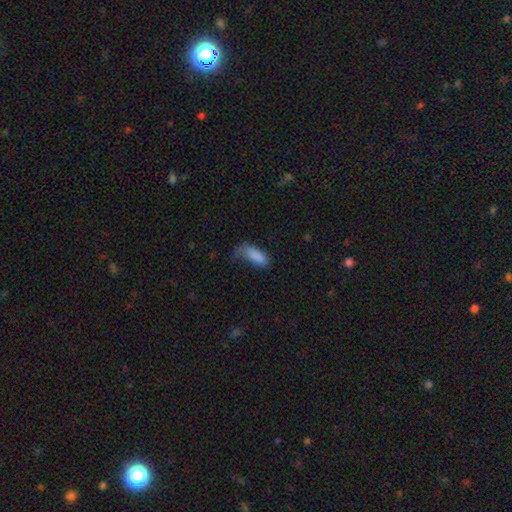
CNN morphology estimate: A smooth galaxy with no disk features (82%) that is in between round and cigar-shaped (82%).

Vote fractions:
- Smooth or featured? smooth: 82% / featured or disk: 9% / star or artifact: 8%
- How rounded? in between: 82% / cigar-shaped: 16% / round: 2%
- Merging? minor disturbance: 32% (tied) / major disturbance: 32% (tied) / none: 32% (tied) / merger: 4%